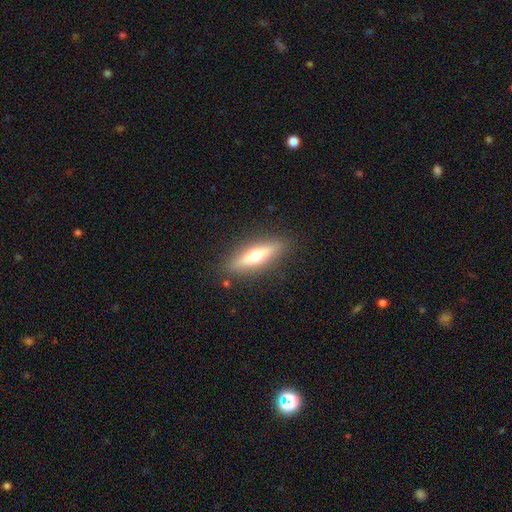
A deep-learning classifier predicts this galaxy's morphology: Smooth or featured: featured or disk — 49% (smooth — 44%)
Merging: none — 87% (minor disturbance — 9%)